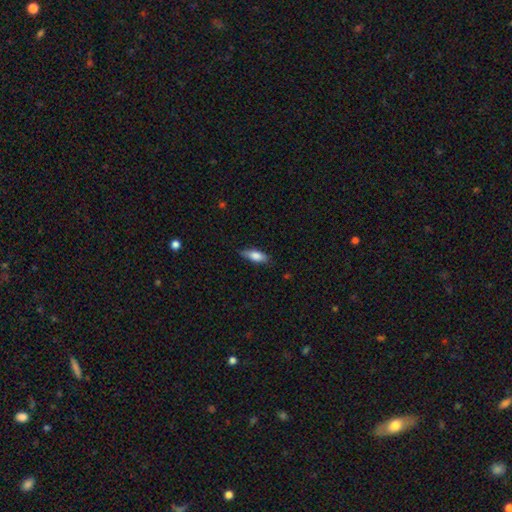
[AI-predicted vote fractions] Smooth or featured: smooth — 78% (featured or disk — 15%)
How rounded: in between — 70% (cigar-shaped — 27%)
Merging: none — 74% (minor disturbance — 21%)